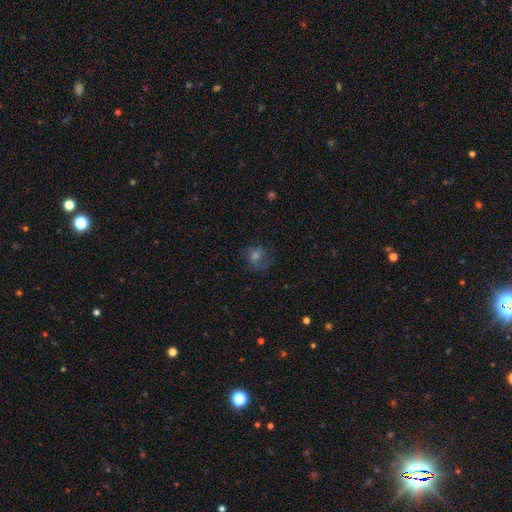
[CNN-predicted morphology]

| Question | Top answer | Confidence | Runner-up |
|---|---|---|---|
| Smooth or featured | smooth | 41% | featured or disk (38%) |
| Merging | none | 65% | minor disturbance (19%) |